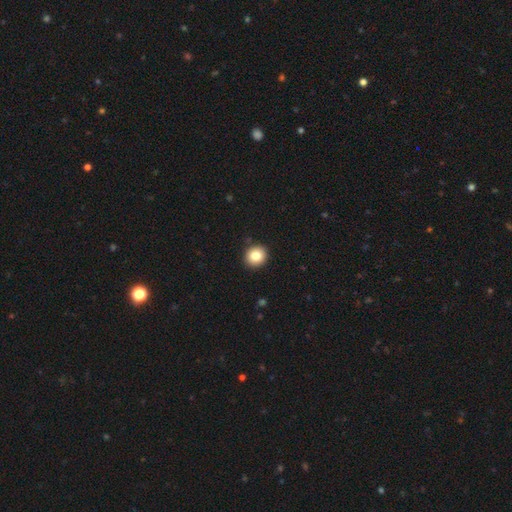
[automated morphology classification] smooth_or_featured: smooth (p=0.83) [alt: star or artifact p=0.09]
how_rounded: round (p=0.84) [alt: in between p=0.15]
merging: none (p=0.91) [alt: minor disturbance p=0.06]